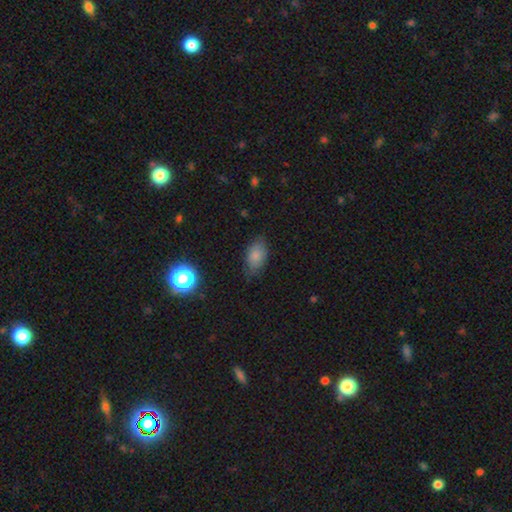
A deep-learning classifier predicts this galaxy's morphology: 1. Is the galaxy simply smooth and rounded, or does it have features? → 81% smooth, 10% star or artifact, 9% featured or disk.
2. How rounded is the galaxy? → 89% in between, 9% round, 2% cigar-shaped.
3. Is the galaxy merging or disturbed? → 74% none, 20% minor disturbance, 5% major disturbance, 1% merger.